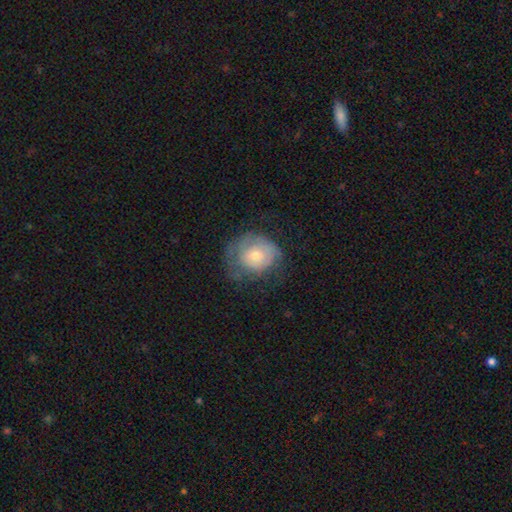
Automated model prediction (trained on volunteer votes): Smooth or featured? smooth (50%)
How rounded? round (73%)
Merging? none (51%)